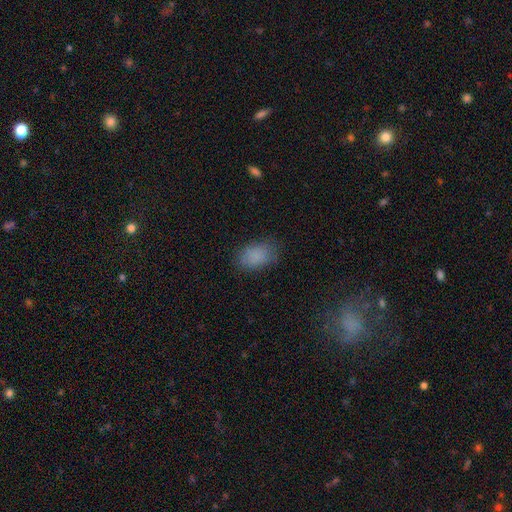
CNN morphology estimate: A smooth galaxy with no disk features (85%) that is in between round and cigar-shaped (86%).

Vote fractions:
- Smooth or featured? smooth: 85% / star or artifact: 9% / featured or disk: 5%
- How rounded? in between: 86% / round: 13% / cigar-shaped: 1%
- Merging? none: 76% / minor disturbance: 17% / major disturbance: 6% / merger: 1%